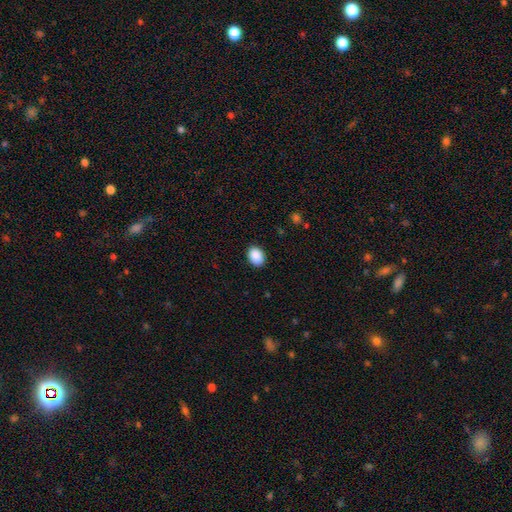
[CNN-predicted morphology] Smooth or featured?
  - smooth: 90% *
  - star or artifact: 7%
  - featured or disk: 3%
How rounded?
  - in between: 72% *
  - round: 28%
  - cigar-shaped: 1%
Merging?
  - none: 89% *
  - minor disturbance: 8%
  - major disturbance: 2%
  - merger: 1%